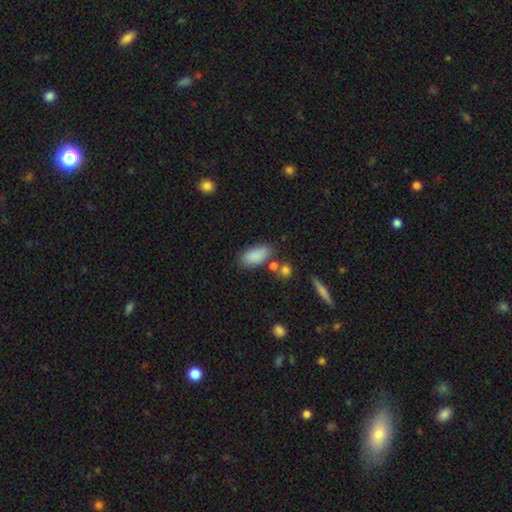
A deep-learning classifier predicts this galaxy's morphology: Smooth or featured?
  - smooth: 86% *
  - star or artifact: 8%
  - featured or disk: 6%
How rounded?
  - in between: 90% *
  - cigar-shaped: 6%
  - round: 4%
Merging?
  - none: 69% *
  - minor disturbance: 16%
  - merger: 10%
  - major disturbance: 5%